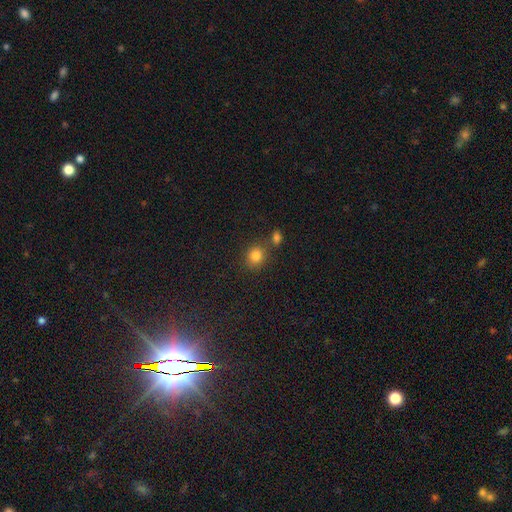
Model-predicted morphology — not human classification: The model was most divided on "how rounded": round: 75%, in between: 24%, cigar-shaped: 1%. More confident: smooth or featured — smooth (82%); merging — none (68%).